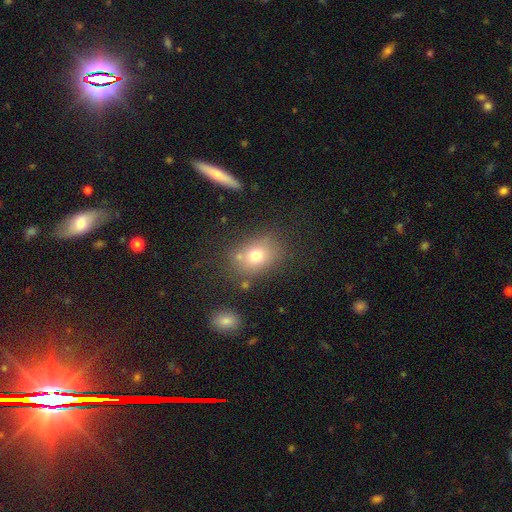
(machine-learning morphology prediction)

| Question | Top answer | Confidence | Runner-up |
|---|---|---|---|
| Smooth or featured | smooth | 73% | featured or disk (14%) |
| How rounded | in between | 59% | round (40%) |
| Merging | none | 71% | minor disturbance (15%) |